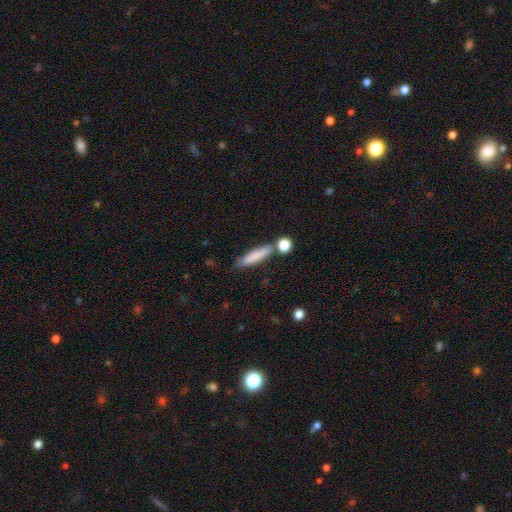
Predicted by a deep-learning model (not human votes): Morphology: type=smooth (80%); roundness=cigar-shaped (77%); merging=none (70%).